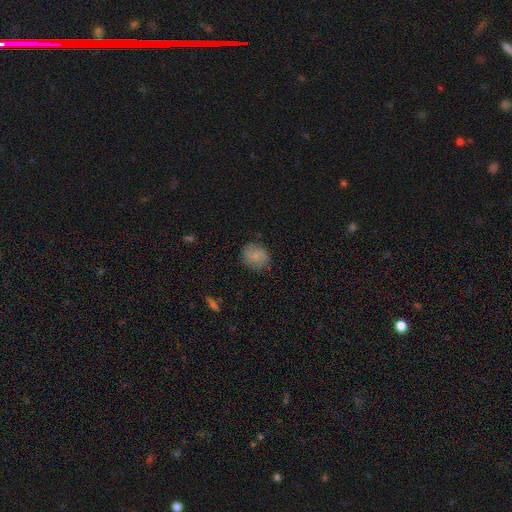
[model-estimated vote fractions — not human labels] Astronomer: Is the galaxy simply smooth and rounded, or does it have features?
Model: smooth — 80%.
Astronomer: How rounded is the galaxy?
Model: round — 71%.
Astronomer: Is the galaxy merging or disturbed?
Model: none — 80%.